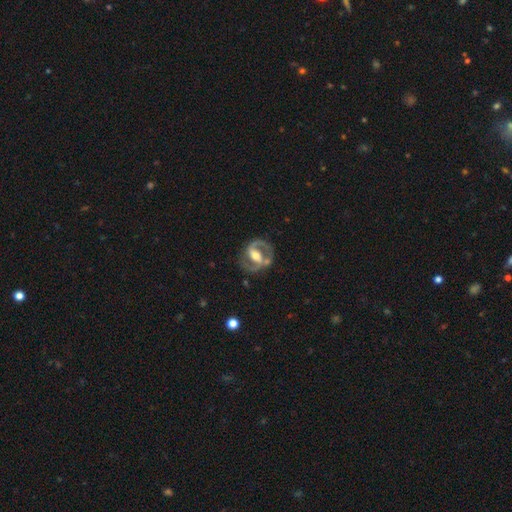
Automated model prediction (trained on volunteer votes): This is clearly a featured or disk galaxy (86%). It is clearly not viewed edge-on (97%). Bar: possibly strong (46%). Spiral arm pattern: clearly yes (91%). Spiral arm count: clearly 2 (88%). Spiral winding: possibly medium (58%). Central bulge: likely moderate (64%). Merging: likely none (74%).